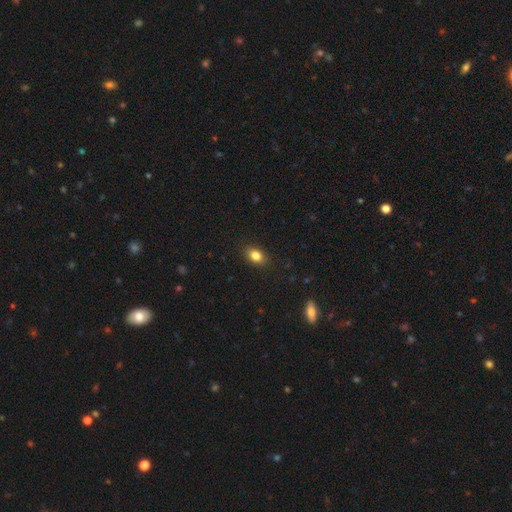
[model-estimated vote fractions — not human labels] Q: Smooth or featured?
A: smooth (83%); runner-up: star or artifact (10%)
Q: How rounded?
A: in between (75%); runner-up: round (24%)
Q: Merging?
A: none (88%); runner-up: minor disturbance (9%)